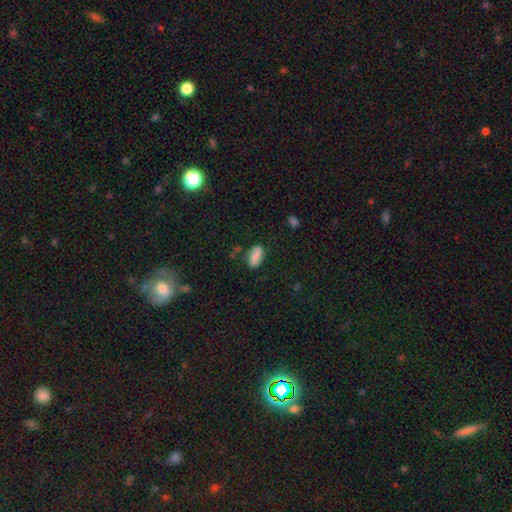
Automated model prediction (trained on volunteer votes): Smooth or featured: smooth — 81% (featured or disk — 11%)
How rounded: in between — 87% (cigar-shaped — 9%)
Merging: none — 74% (minor disturbance — 18%)